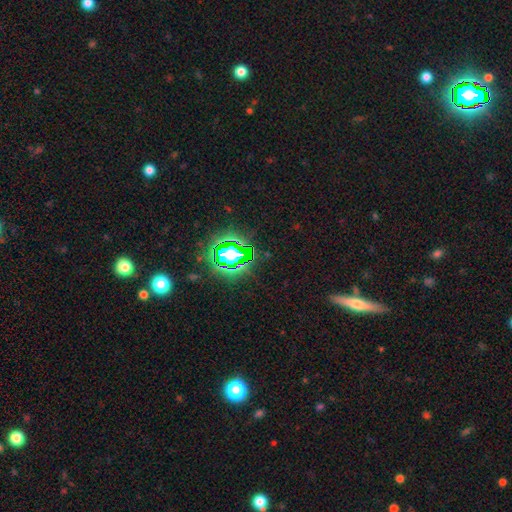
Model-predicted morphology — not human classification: This is likely a star or artifact rather than a galaxy (74%).